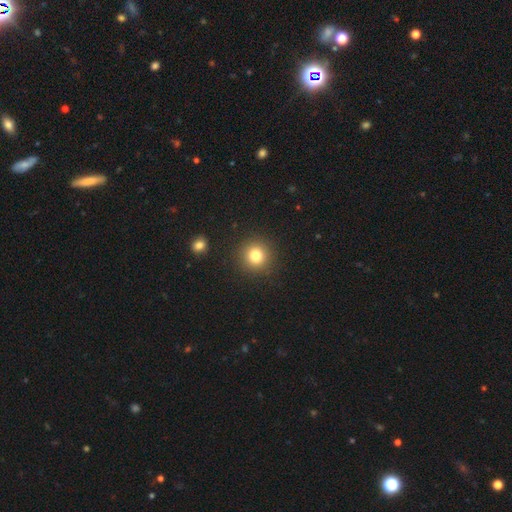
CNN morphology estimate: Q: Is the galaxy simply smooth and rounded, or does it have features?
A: smooth — 81%.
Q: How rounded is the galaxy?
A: round — 93%.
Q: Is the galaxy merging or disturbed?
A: none — 90%.